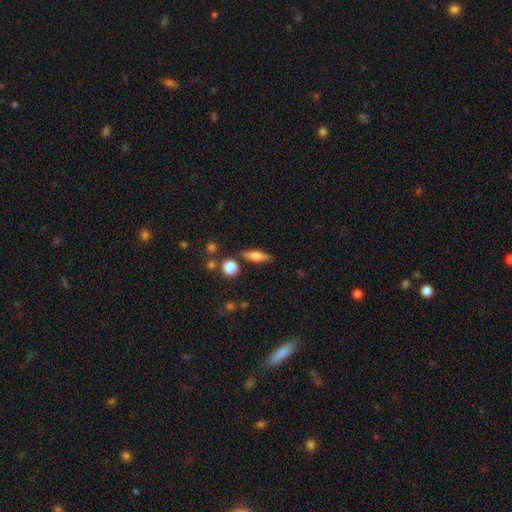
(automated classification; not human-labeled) smooth_or_featured: smooth (p=0.63) [alt: featured or disk p=0.29]
how_rounded: cigar-shaped (p=0.57) [alt: in between p=0.37]
merging: none (p=0.81) [alt: minor disturbance p=0.11]